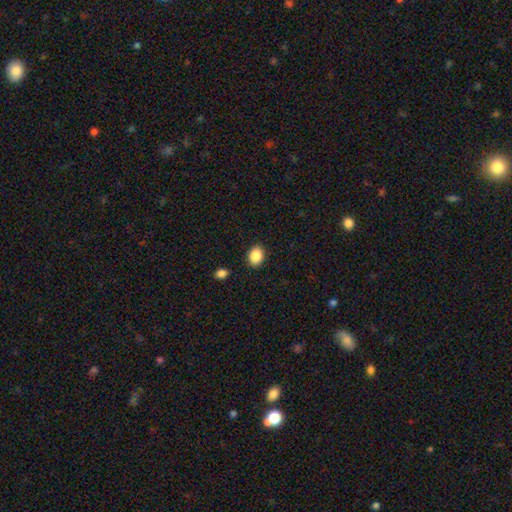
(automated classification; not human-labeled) Q: Smooth or featured?
A: smooth (88%); runner-up: star or artifact (8%)
Q: How rounded?
A: in between (60%); runner-up: round (40%)
Q: Merging?
A: none (89%); runner-up: minor disturbance (7%)